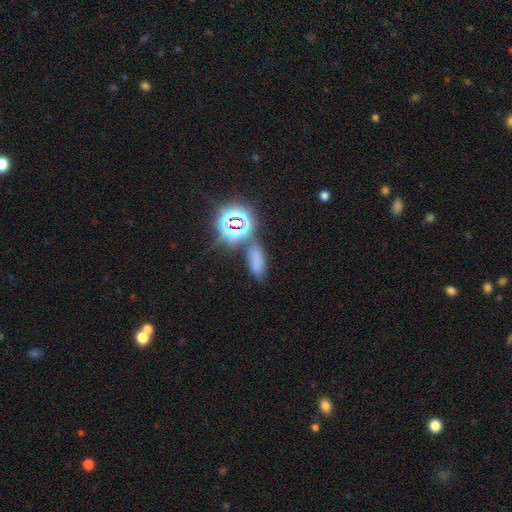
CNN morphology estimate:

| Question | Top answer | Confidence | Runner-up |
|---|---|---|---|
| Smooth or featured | smooth | 51% | star or artifact (39%) |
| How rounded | in between | 75% | cigar-shaped (15%) |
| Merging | none | 65% | minor disturbance (16%) |